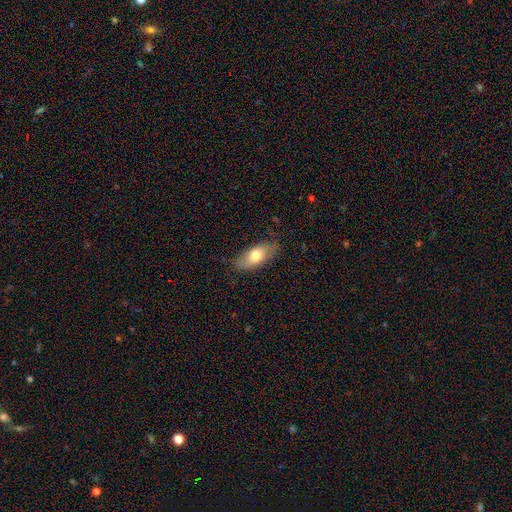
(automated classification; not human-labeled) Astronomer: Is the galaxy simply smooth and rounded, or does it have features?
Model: smooth — 69%.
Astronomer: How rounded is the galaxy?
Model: in between — 84%.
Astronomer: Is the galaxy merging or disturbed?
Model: none — 76%.